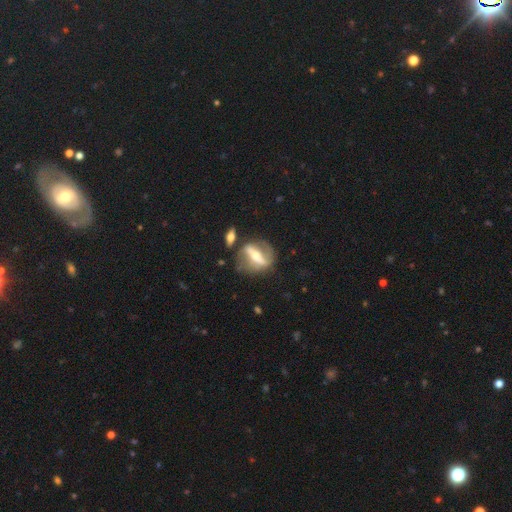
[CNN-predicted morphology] This appears to be a featured or disk galaxy (78%) with a strong bar (71%), spiral arms (72%) and a moderate central bulge (52%). Merging: none (64%).